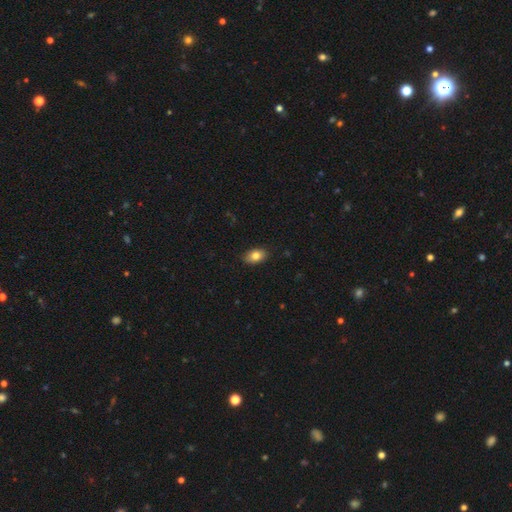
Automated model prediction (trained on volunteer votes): The model was most divided on "smooth or featured": smooth: 82%, featured or disk: 10%, star or artifact: 8%. More confident: how rounded — in between (88%); merging — none (87%).